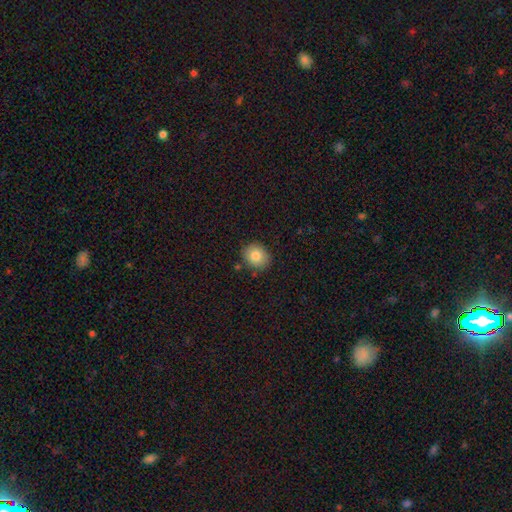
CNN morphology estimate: smooth-or-featured: smooth: 83% | star or artifact: 9% | featured or disk: 9%
  how-rounded: round: 64% | in between: 35% | cigar-shaped: 1%
  merging: none: 85% | minor disturbance: 10% | major disturbance: 2% | merger: 2%